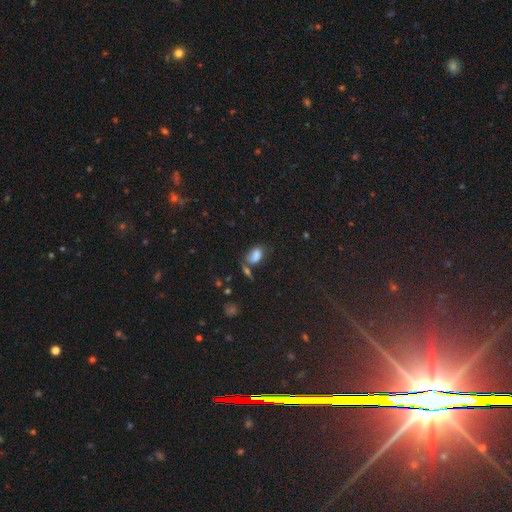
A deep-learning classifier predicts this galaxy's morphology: type=smooth (79%); roundness=in between (86%); merging=none (46%).